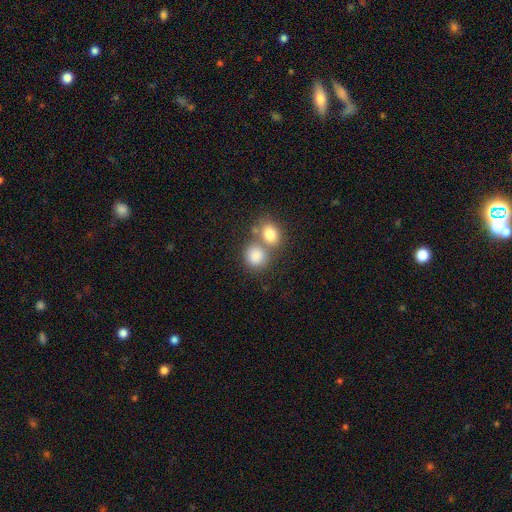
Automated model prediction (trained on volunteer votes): Smooth or featured: smooth — 83% (star or artifact — 10%)
How rounded: round — 73% (in between — 26%)
Merging: none — 45% (merger — 41%)